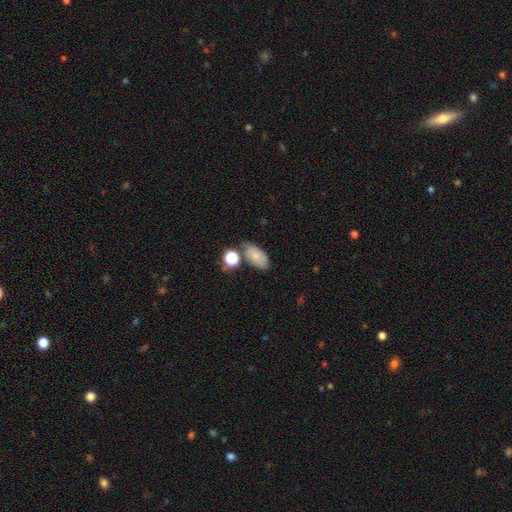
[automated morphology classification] A smooth galaxy with no disk features (75%) that is in between round and cigar-shaped (90%).

Vote fractions:
- Smooth or featured? smooth: 75% / featured or disk: 15% / star or artifact: 10%
- How rounded? in between: 90% / round: 8% / cigar-shaped: 3%
- Merging? none: 59% / minor disturbance: 21% / merger: 14% / major disturbance: 6%